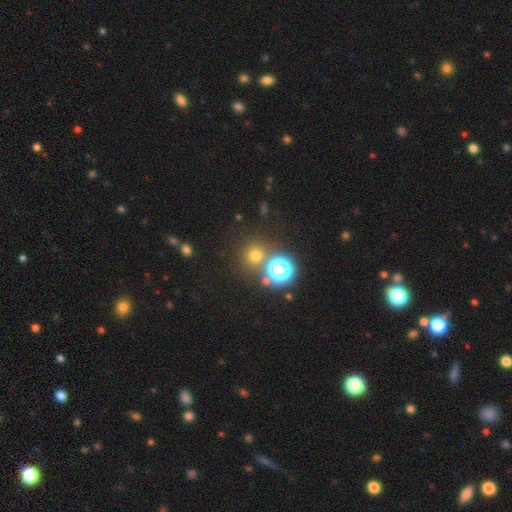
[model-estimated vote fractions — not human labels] Smooth or featured?
  - smooth: 63% *
  - star or artifact: 30%
  - featured or disk: 7%
How rounded?
  - round: 91% *
  - in between: 8%
  - cigar-shaped: 1%
Merging?
  - none: 77% *
  - merger: 13%
  - minor disturbance: 7%
  - major disturbance: 3%